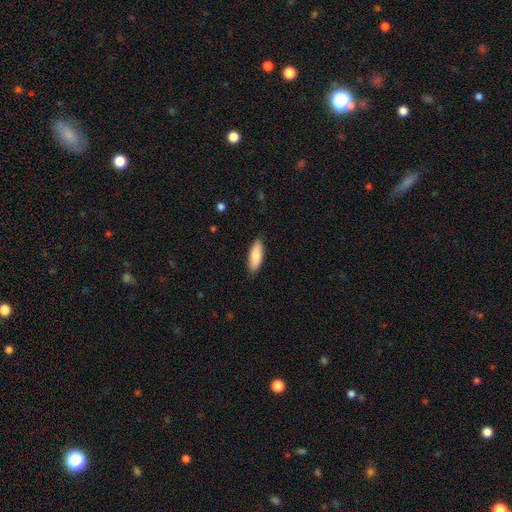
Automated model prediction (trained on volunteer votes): This is clearly a smooth galaxy (86%). How rounded: likely in between (71%). Merging: clearly none (87%).